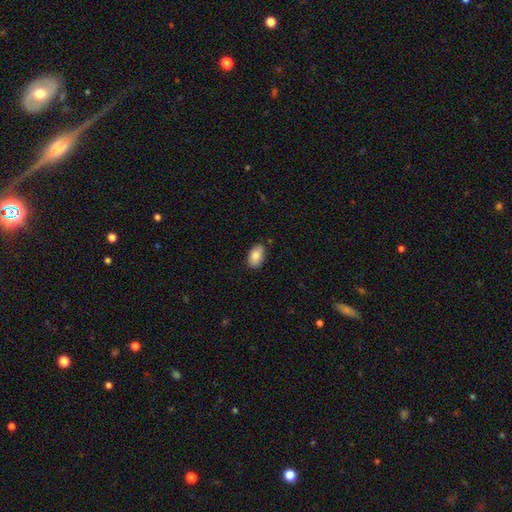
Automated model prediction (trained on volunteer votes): Overall: smooth (86%). How rounded: in between (92%). Merging: none (80%).